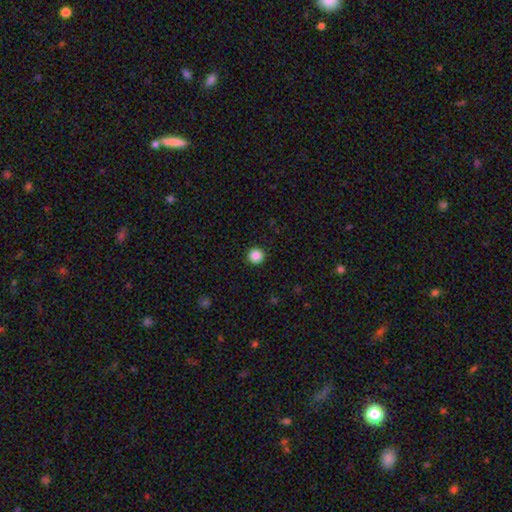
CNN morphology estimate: Q: Smooth or featured?
A: smooth (86%); runner-up: star or artifact (10%)
Q: How rounded?
A: round (96%); runner-up: in between (3%)
Q: Merging?
A: none (94%); runner-up: minor disturbance (4%)